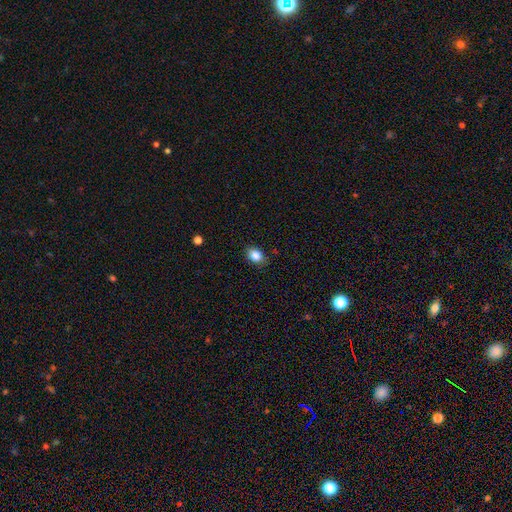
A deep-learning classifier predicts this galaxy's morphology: Smooth or featured?
  - smooth: 86% *
  - star or artifact: 9%
  - featured or disk: 5%
How rounded?
  - in between: 66% *
  - round: 33%
  - cigar-shaped: 1%
Merging?
  - none: 85% *
  - minor disturbance: 12%
  - major disturbance: 3%
  - merger: 1%